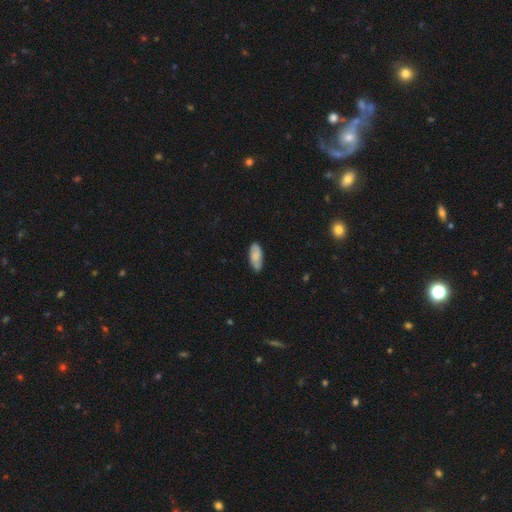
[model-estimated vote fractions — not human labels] The model was most divided on "merging": none: 74%, minor disturbance: 20%, major disturbance: 3%, merger: 2%. More confident: how rounded — in between (83%); smooth or featured — smooth (78%).